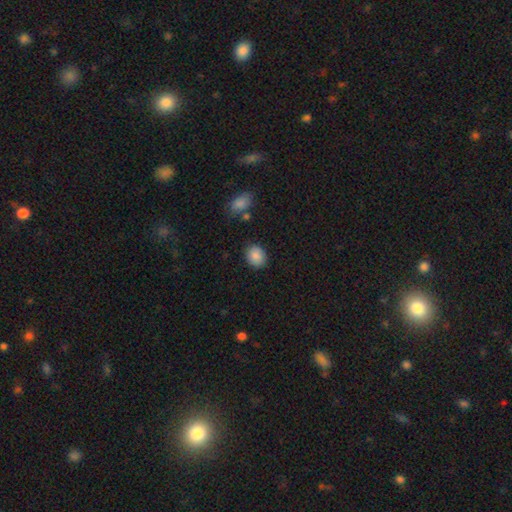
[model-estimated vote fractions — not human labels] This appears to be a smooth galaxy with no disk features (87%) that is round (55%). Merging: none (85%).